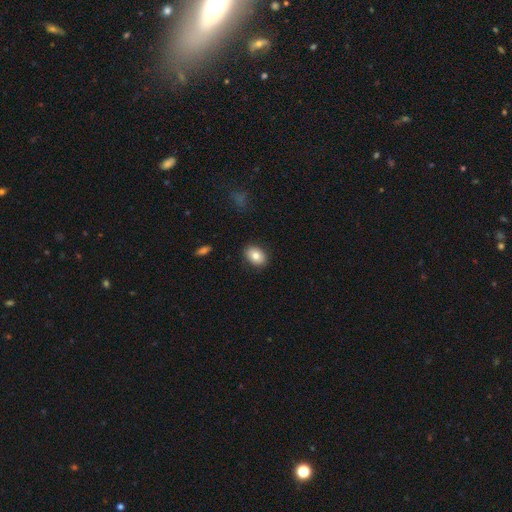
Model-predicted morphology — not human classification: Smooth or featured? Predicted: smooth (p=0.80). How rounded? Predicted: in between (p=0.75). Merging? Predicted: none (p=0.87).